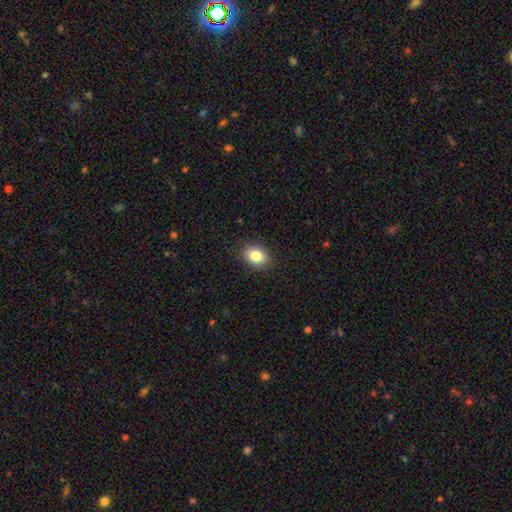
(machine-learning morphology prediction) Smooth or featured: smooth — 84% (star or artifact — 9%)
How rounded: in between — 67% (round — 32%)
Merging: none — 88% (minor disturbance — 8%)